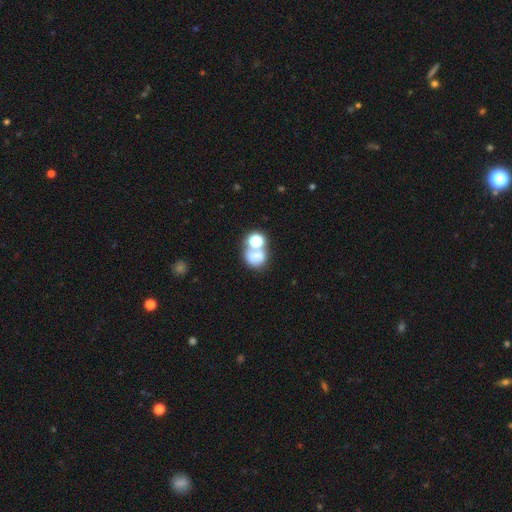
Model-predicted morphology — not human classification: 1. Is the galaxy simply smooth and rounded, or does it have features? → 64% smooth, 19% star or artifact, 17% featured or disk.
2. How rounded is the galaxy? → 59% round, 40% in between, 1% cigar-shaped.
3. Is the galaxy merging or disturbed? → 47% merger, 32% none, 11% minor disturbance, 10% major disturbance.